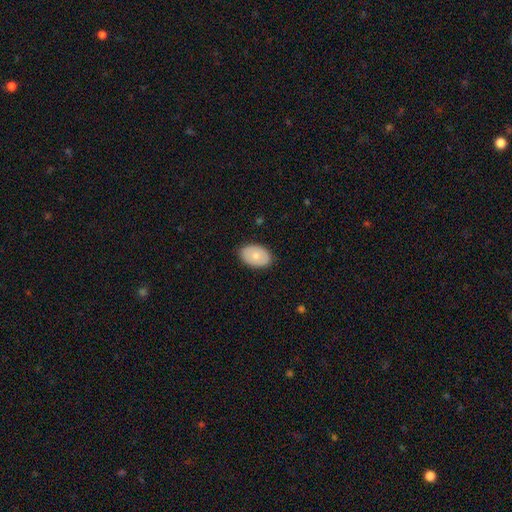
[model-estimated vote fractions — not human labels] This appears to be a smooth galaxy with no disk features (71%) that is in between round and cigar-shaped (87%). Merging: none (86%).